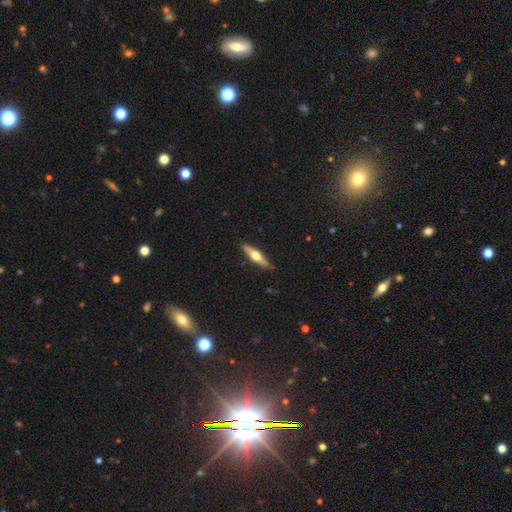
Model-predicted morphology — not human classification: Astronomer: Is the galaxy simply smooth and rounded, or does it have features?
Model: featured or disk — 57% (runner-up: smooth, 37%).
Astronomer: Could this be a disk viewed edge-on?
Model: yes — 95%.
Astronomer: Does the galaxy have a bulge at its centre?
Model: rounded — 95%.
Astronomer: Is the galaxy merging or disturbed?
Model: none — 89%.